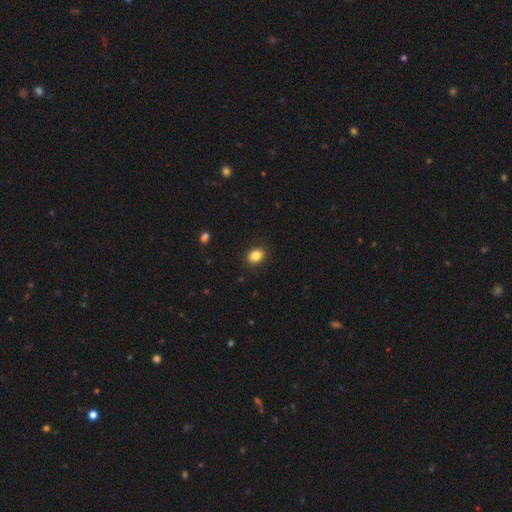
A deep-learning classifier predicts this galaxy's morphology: Smooth or featured?
  - smooth: 85% *
  - star or artifact: 10%
  - featured or disk: 5%
How rounded?
  - in between: 57% *
  - round: 42%
  - cigar-shaped: 1%
Merging?
  - none: 89% *
  - minor disturbance: 8%
  - major disturbance: 2%
  - merger: 1%